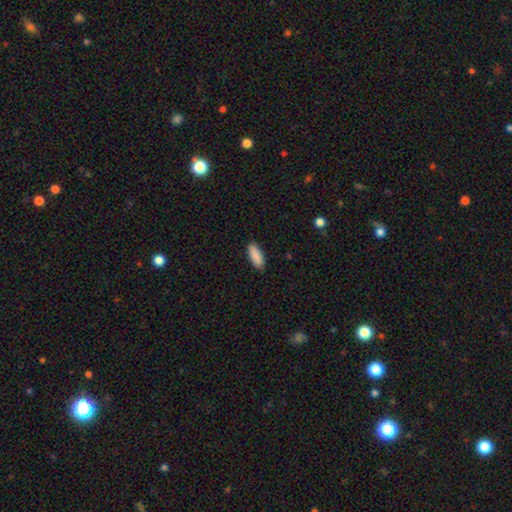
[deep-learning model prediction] A smooth galaxy with no disk features (90%) that is in between round and cigar-shaped (76%).

Vote fractions:
- Smooth or featured? smooth: 90% / star or artifact: 6% / featured or disk: 4%
- How rounded? in between: 76% / cigar-shaped: 23% / round: 2%
- Merging? none: 89% / minor disturbance: 8% / major disturbance: 2% / merger: 1%